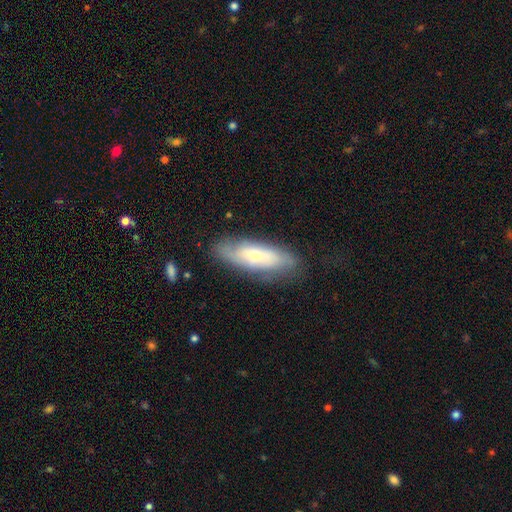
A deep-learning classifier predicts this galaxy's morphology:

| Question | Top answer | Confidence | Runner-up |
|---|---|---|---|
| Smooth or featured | smooth | 48% | featured or disk (46%) |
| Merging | none | 74% | minor disturbance (19%) |